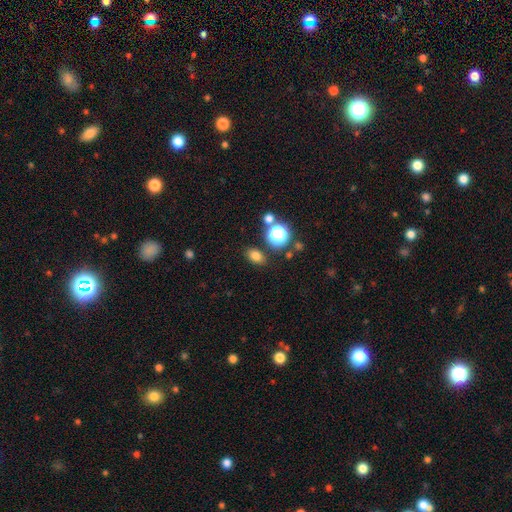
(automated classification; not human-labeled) smooth 75%, star or artifact 18%, featured or disk 7%. Down the decision tree: how rounded — in between (68%); merging — none (81%).